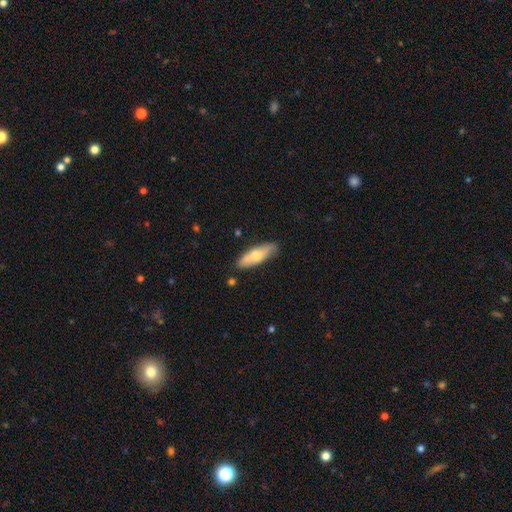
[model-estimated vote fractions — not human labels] This is likely a smooth galaxy (64%). How rounded: possibly in between (54%). Merging: likely none (80%).